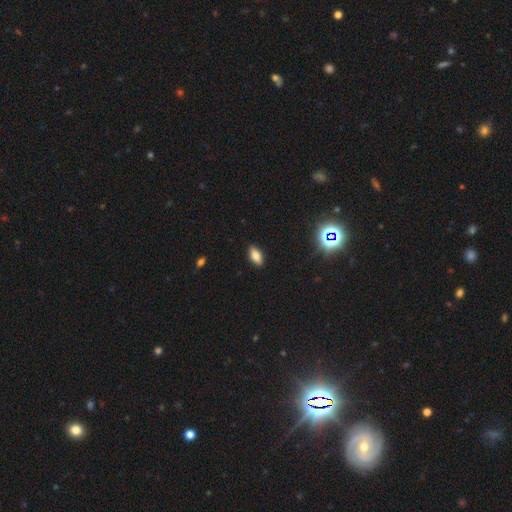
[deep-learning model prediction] This appears to be a smooth galaxy with no disk features (75%) that is in between round and cigar-shaped (86%). Merging: none (88%).